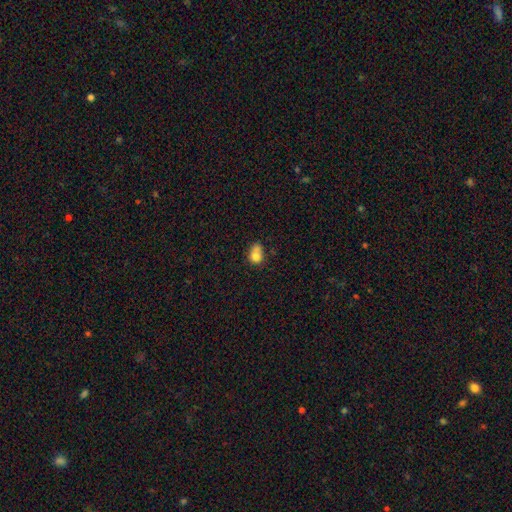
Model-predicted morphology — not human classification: A smooth galaxy with no disk features (76%) that is round (55%).

Vote fractions:
- Smooth or featured? smooth: 76% / featured or disk: 12% / star or artifact: 11%
- How rounded? round: 55% / in between: 44% / cigar-shaped: 1%
- Merging? merger: 36% / none: 33% / minor disturbance: 21% / major disturbance: 10%